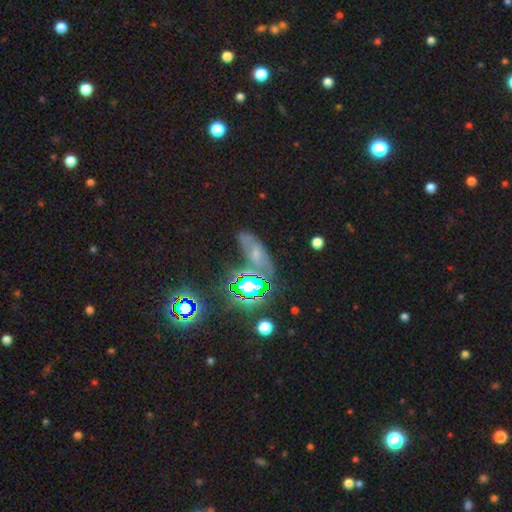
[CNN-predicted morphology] smooth-or-featured: star or artifact: 59% | smooth: 21% | featured or disk: 20%